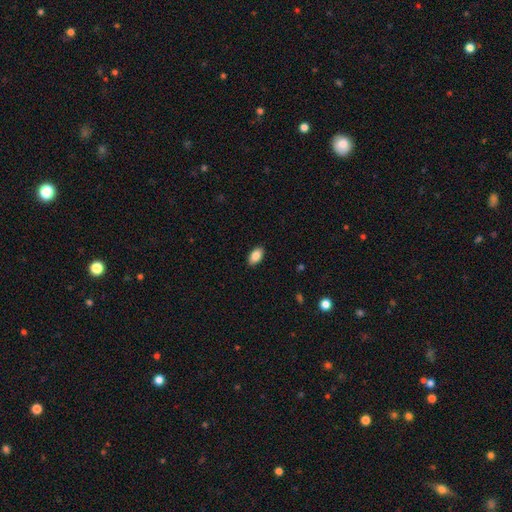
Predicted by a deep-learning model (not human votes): smooth 87%, star or artifact 7%, featured or disk 6%. Down the decision tree: how rounded — in between (93%); merging — none (90%).